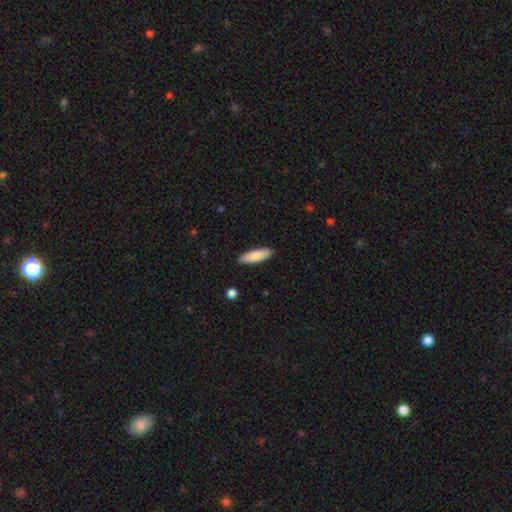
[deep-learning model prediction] This is clearly a smooth galaxy (83%). How rounded: possibly cigar-shaped (55%). Merging: clearly none (90%).